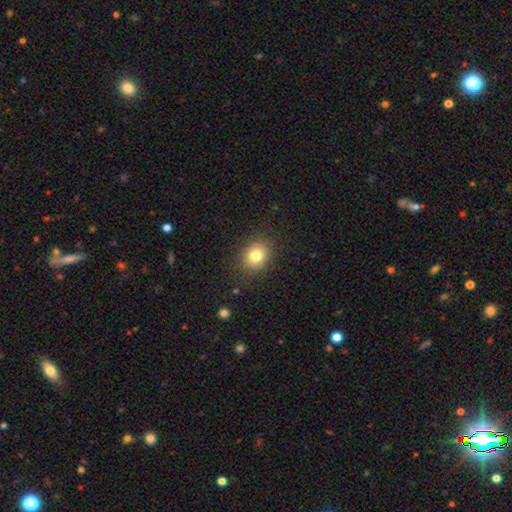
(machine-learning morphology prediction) smooth 80%, star or artifact 12%, featured or disk 8%. Down the decision tree: how rounded — round (63%); merging — none (86%).